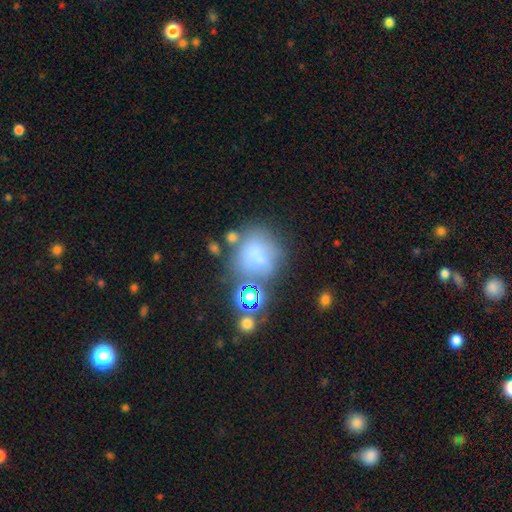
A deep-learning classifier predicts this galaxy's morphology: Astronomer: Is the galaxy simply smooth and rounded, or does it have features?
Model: smooth — 65%.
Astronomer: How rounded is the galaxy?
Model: round — 78%.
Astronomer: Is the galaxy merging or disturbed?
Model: none — 50%.